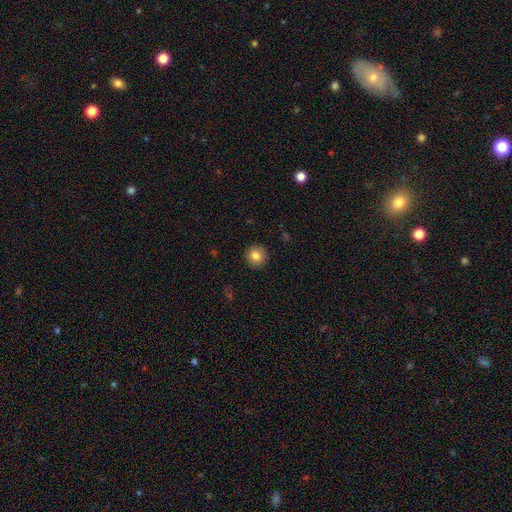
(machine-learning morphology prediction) smooth-or-featured: smooth: 84% | star or artifact: 9% | featured or disk: 7%
  how-rounded: round: 93% | in between: 6% | cigar-shaped: 1%
  merging: none: 92% | minor disturbance: 5% | major disturbance: 2% | merger: 1%